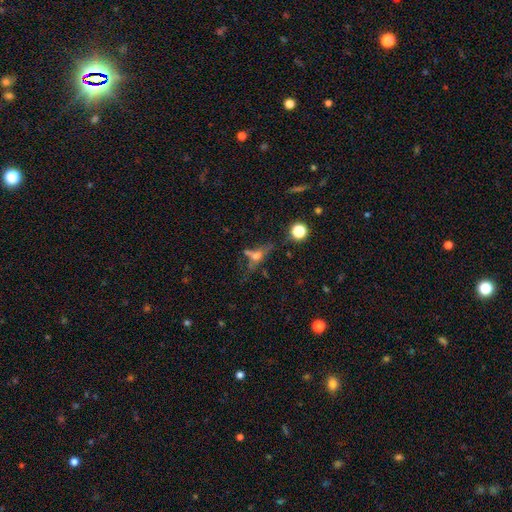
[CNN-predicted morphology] Smooth or featured? Predicted: smooth (p=0.39, tied with featured or disk). Merging? Predicted: none (p=0.46).